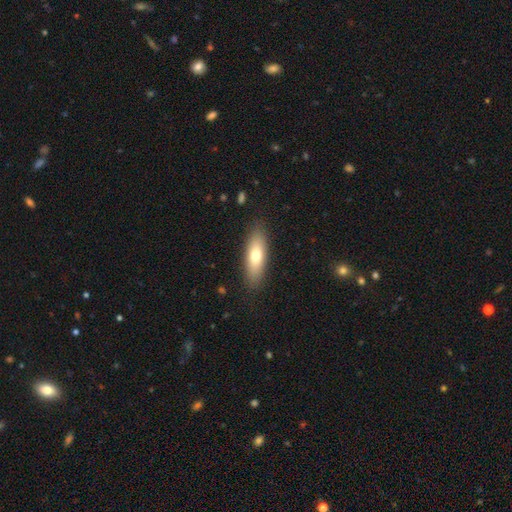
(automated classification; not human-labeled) A smooth galaxy with no disk features (70%) that is in between round and cigar-shaped (54%).

Vote fractions:
- Smooth or featured? smooth: 70% / featured or disk: 23% / star or artifact: 6%
- How rounded? in between: 54% / cigar-shaped: 44% / round: 2%
- Merging? none: 87% / minor disturbance: 9% / major disturbance: 2% / merger: 1%